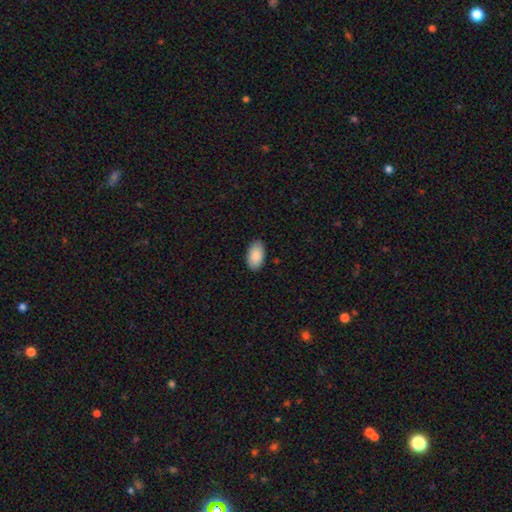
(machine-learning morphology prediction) A smooth galaxy with no disk features (88%) that is in between round and cigar-shaped (95%). Merging: none (88%).